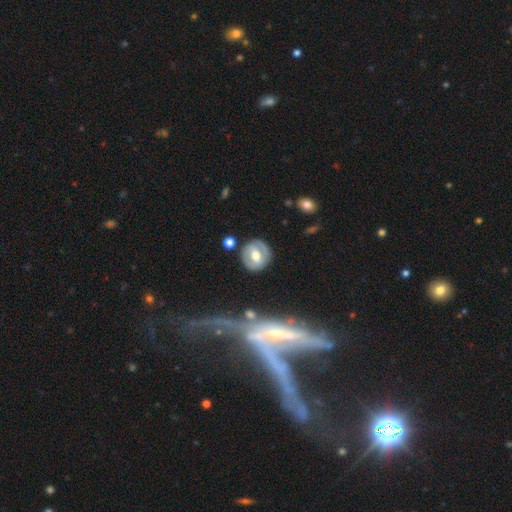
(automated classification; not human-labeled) Q: Smooth or featured?
A: featured or disk (56%); runner-up: smooth (37%)
Q: Edge-on disk?
A: no (94%); runner-up: yes (6%)
Q: Bar?
A: weak (42%); runner-up: strong (34%)
Q: Spiral arms?
A: no (54%); runner-up: yes (46%)
Q: Bulge size?
A: moderate (74%); runner-up: small (12%)
Q: Merging?
A: none (81%); runner-up: minor disturbance (12%)